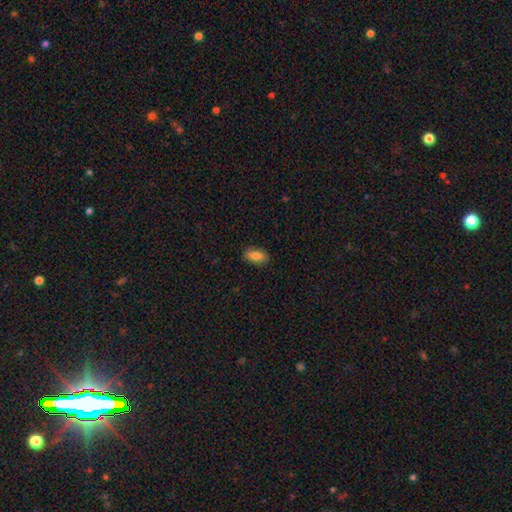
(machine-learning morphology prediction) Q: Smooth or featured?
A: smooth (83%); runner-up: featured or disk (9%)
Q: How rounded?
A: in between (90%); runner-up: cigar-shaped (7%)
Q: Merging?
A: none (88%); runner-up: minor disturbance (9%)